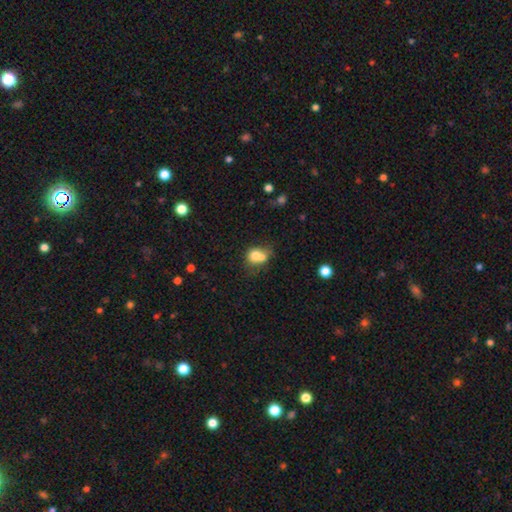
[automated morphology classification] smooth_or_featured: smooth (p=0.72) [alt: featured or disk p=0.18]
how_rounded: round (p=0.61) [alt: in between p=0.38]
merging: merger (p=0.57) [alt: none p=0.27]